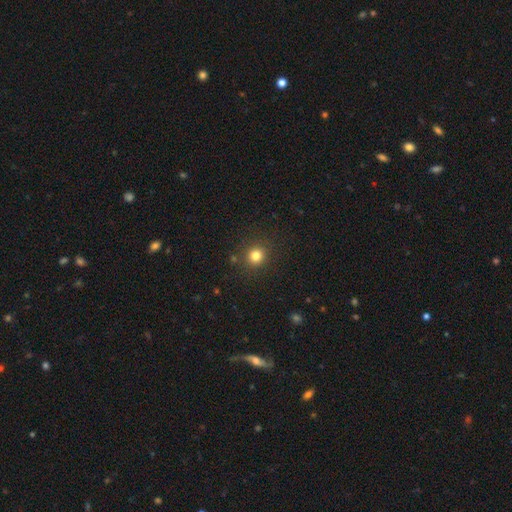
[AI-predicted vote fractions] smooth 80%, star or artifact 14%, featured or disk 6%. Down the decision tree: how rounded — round (91%); merging — none (88%).